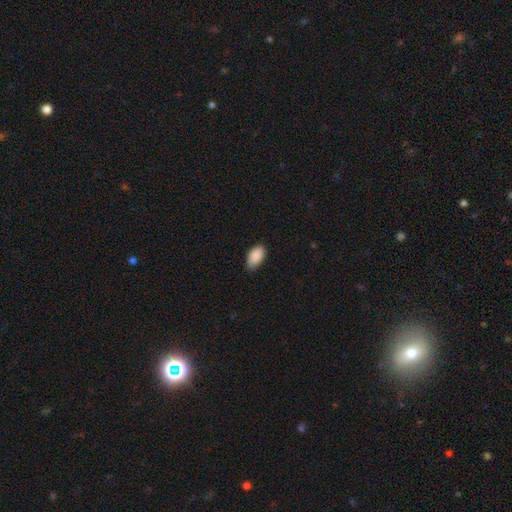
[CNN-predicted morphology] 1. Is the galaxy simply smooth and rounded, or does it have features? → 90% smooth, 7% star or artifact, 3% featured or disk.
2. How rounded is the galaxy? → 95% in between, 3% round, 2% cigar-shaped.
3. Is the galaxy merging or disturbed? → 76% none, 20% minor disturbance, 2% major disturbance, 1% merger.